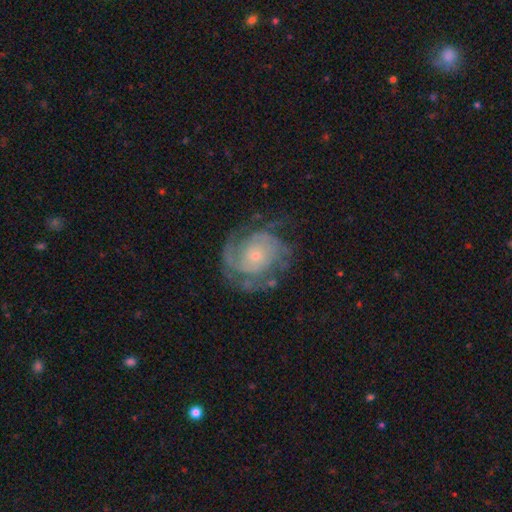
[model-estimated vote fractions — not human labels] A featured or disk galaxy (82%) with no bar (78%), 2 (34%) tight (56%) spiral arms (92%) and a small central bulge (77%). Merging: none (62%).